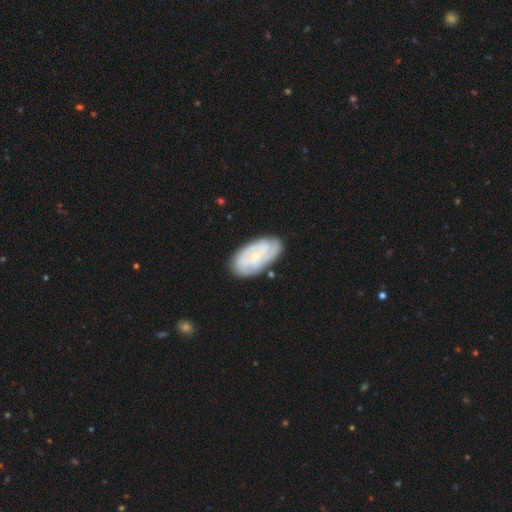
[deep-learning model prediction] Smooth or featured?
  - featured or disk: 71% *
  - smooth: 23%
  - star or artifact: 6%
Edge-on disk?
  - no: 95% *
  - yes: 5%
Bar?
  - no: 72% *
  - weak: 24%
  - strong: 5%
Spiral arms?
  - yes: 89% *
  - no: 11%
Spiral winding?
  - tight: 66% *
  - medium: 26%
  - loose: 8%
Spiral arm count?
  - can't tell: 42% *
  - 2: 22%
  - 3: 18%
  - 4: 10%
  - more than 4: 4%
  - 1: 4%
Bulge size?
  - small: 73% *
  - moderate: 22%
  - none: 3%
  - large: 1%
  - dominant: 1%
Merging?
  - none: 75% *
  - minor disturbance: 18%
  - major disturbance: 5%
  - merger: 2%